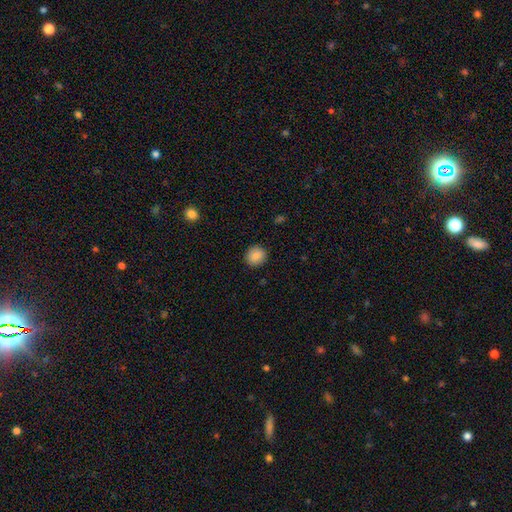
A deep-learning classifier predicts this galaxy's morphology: The model was most divided on "how rounded": round: 86%, in between: 13%, cigar-shaped: 1%. More confident: merging — none (91%); smooth or featured — smooth (88%).